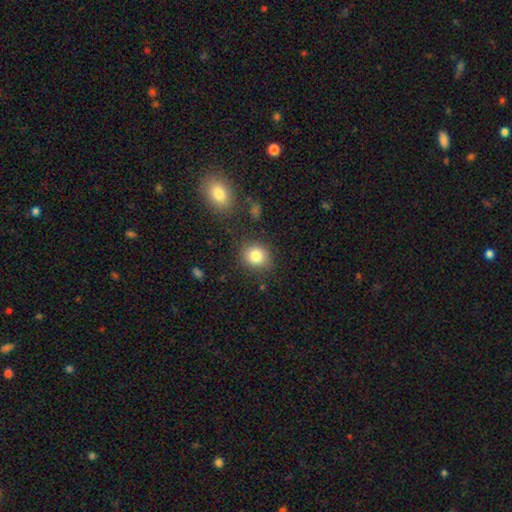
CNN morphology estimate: Q: Smooth or featured?
A: smooth (83%); runner-up: star or artifact (10%)
Q: How rounded?
A: round (80%); runner-up: in between (19%)
Q: Merging?
A: none (82%); runner-up: minor disturbance (11%)